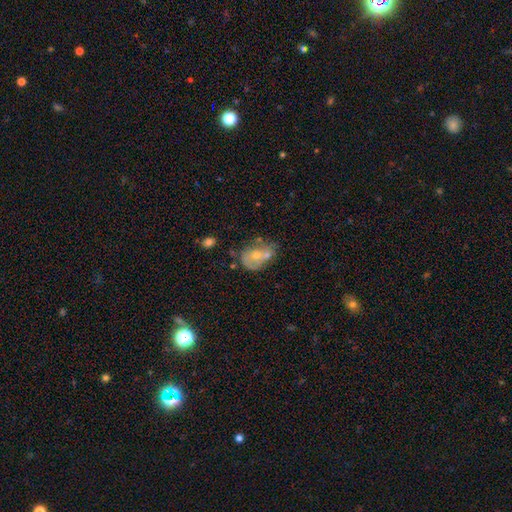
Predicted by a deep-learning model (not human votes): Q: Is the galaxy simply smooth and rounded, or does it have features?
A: featured or disk — 50%.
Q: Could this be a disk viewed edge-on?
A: no — 96%.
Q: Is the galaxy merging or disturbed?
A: merger — 34%.